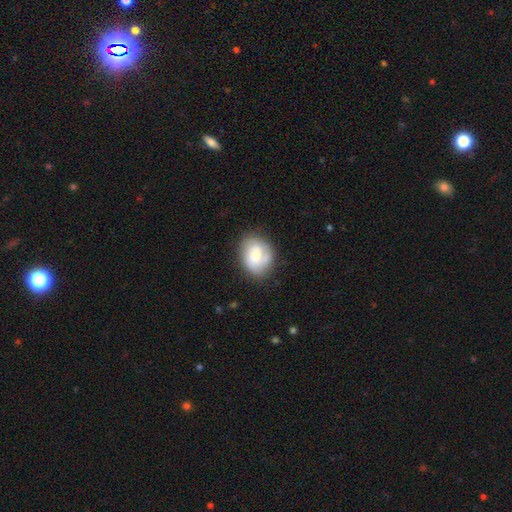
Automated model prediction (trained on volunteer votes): Overall: smooth (56%; featured or disk 36%). How rounded: in between (52%; round 47%). Merging: none (65%).